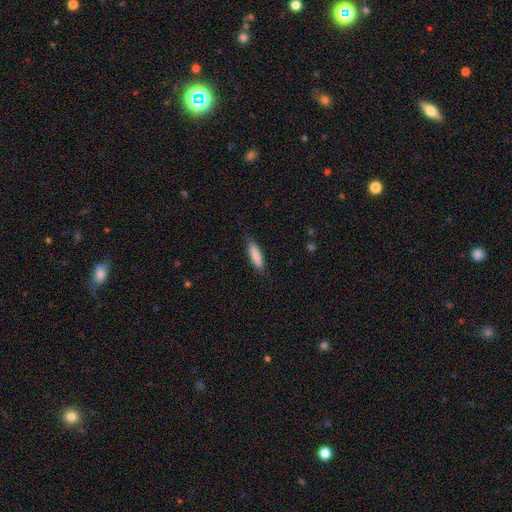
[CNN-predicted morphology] A smooth galaxy with no disk features (86%) that is cigar-shaped (54%).

Vote fractions:
- Smooth or featured? smooth: 86% / featured or disk: 8% / star or artifact: 6%
- How rounded? cigar-shaped: 54% / in between: 45% / round: 2%
- Merging? none: 83% / minor disturbance: 13% / major disturbance: 3% / merger: 1%